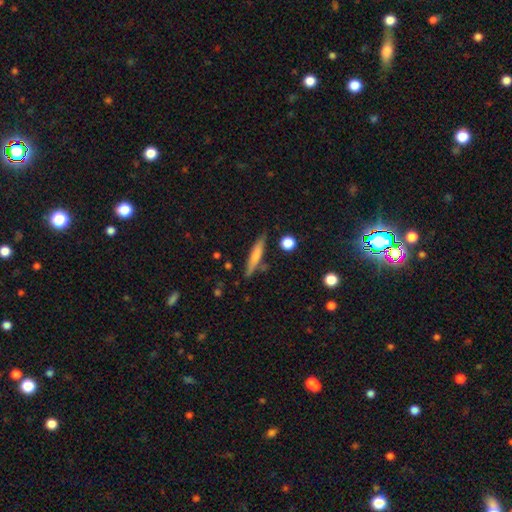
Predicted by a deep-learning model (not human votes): Smooth or featured: smooth — 65% (featured or disk — 29%)
How rounded: cigar-shaped — 88% (in between — 10%)
Merging: none — 78% (minor disturbance — 14%)